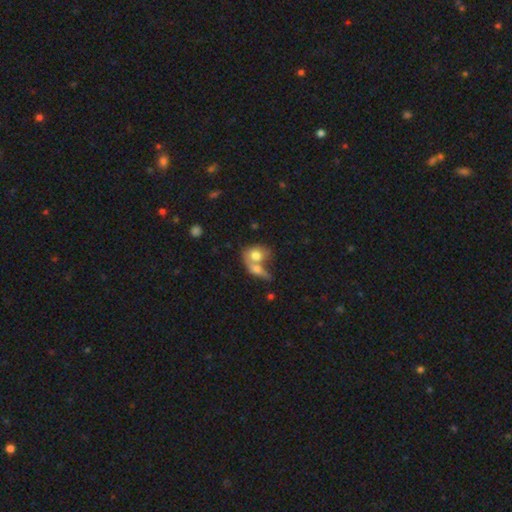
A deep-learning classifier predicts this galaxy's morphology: smooth-or-featured: smooth: 68% | featured or disk: 25% | star or artifact: 7%
  how-rounded: in between: 57% | round: 40% | cigar-shaped: 3%
  merging: merger: 67% | none: 19% | minor disturbance: 7% | major disturbance: 6%